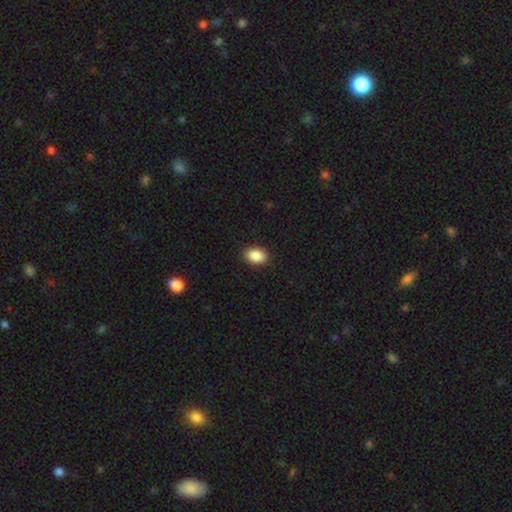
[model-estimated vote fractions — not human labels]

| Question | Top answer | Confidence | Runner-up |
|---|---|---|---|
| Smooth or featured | smooth | 89% | star or artifact (7%) |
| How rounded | in between | 85% | round (13%) |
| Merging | none | 89% | minor disturbance (8%) |